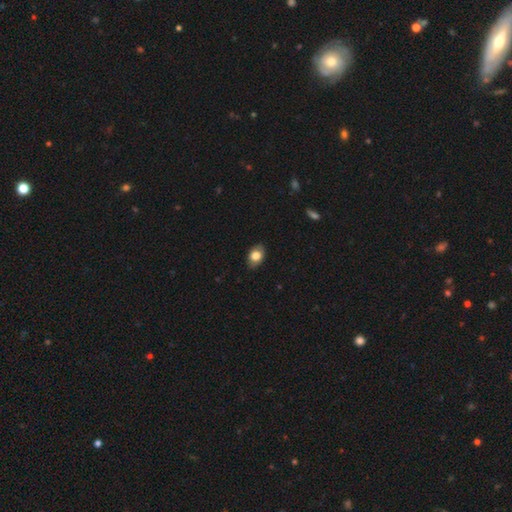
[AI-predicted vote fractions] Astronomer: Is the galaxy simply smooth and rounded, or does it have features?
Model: smooth — 76%.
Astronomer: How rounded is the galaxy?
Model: in between — 85%.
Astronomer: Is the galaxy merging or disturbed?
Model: none — 84%.